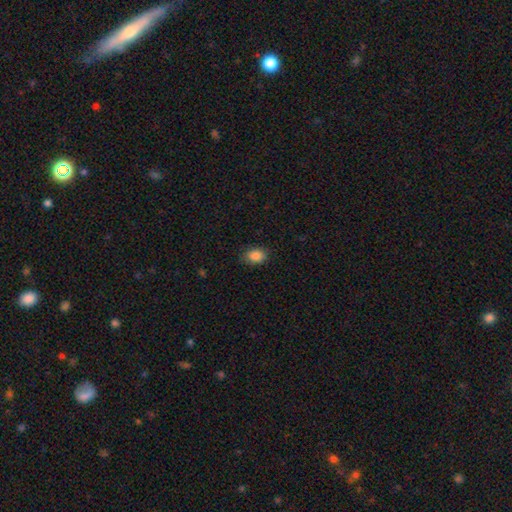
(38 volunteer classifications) This is clearly a smooth galaxy (95%). How rounded: likely in between (67%). Merging: clearly none (86%).